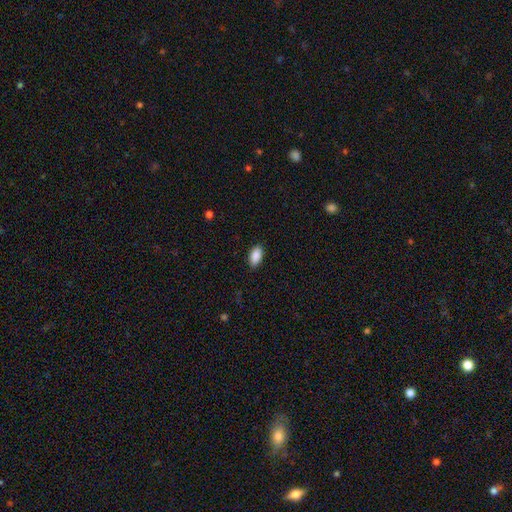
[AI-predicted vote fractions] A smooth galaxy with no disk features (90%) that is in between round and cigar-shaped (94%).

Vote fractions:
- Smooth or featured? smooth: 90% / star or artifact: 7% / featured or disk: 3%
- How rounded? in between: 94% / cigar-shaped: 4% / round: 3%
- Merging? none: 88% / minor disturbance: 9% / major disturbance: 2% / merger: 1%